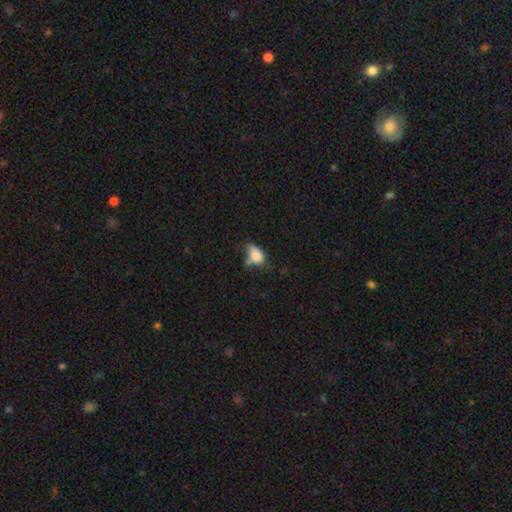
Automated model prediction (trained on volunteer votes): Morphology: type=smooth (82%); roundness=in between (84%); merging=none (37%).